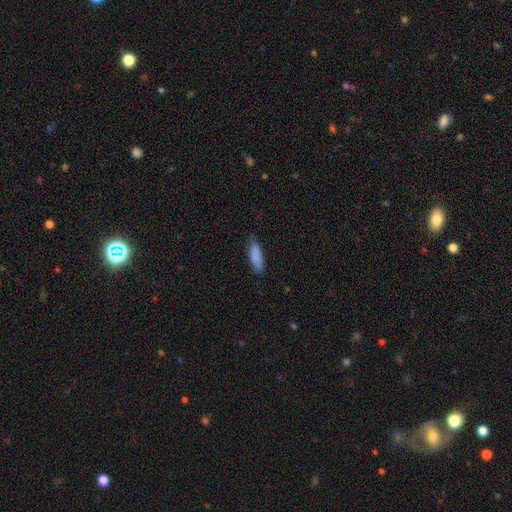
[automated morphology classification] type=smooth (86%); roundness=in between (54%); merging=none (75%).